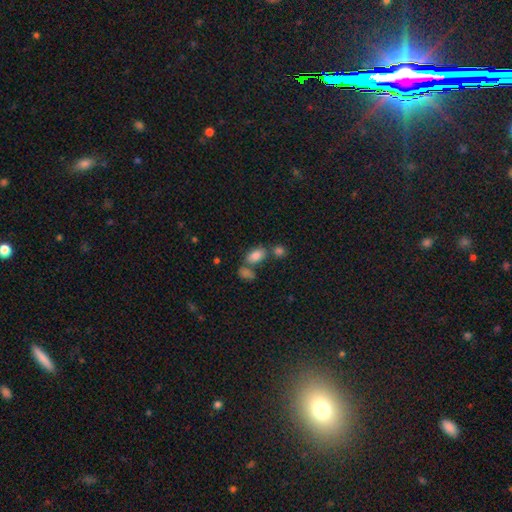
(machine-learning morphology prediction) Overall: smooth (82%). How rounded: in between (89%). Merging: none (54%; merger 27%).